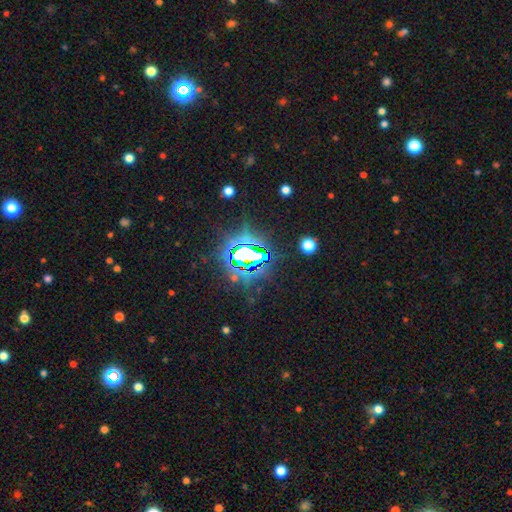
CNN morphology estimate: A star or artifact, not a galaxy (79%).

Vote fractions:
- Smooth or featured? star or artifact: 79% / smooth: 11% / featured or disk: 10%